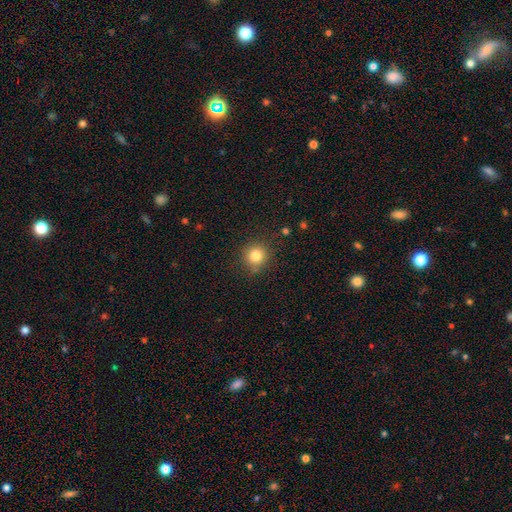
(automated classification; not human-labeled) This appears to be a smooth galaxy with no disk features (82%) that is round (91%). Merging: none (85%).